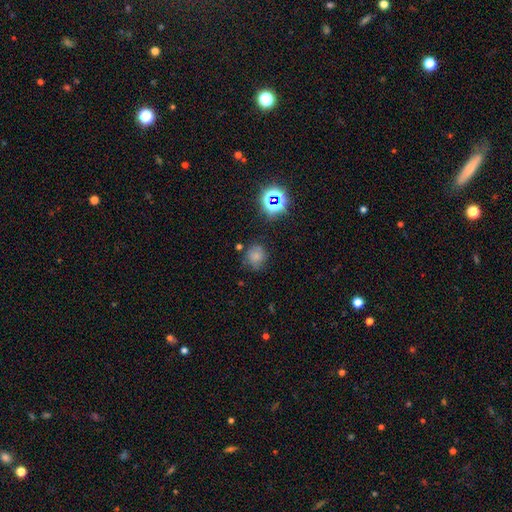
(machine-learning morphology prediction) The model was most divided on "smooth or featured": smooth: 67%, star or artifact: 22%, featured or disk: 10%. More confident: how rounded — round (83%); merging — none (70%).